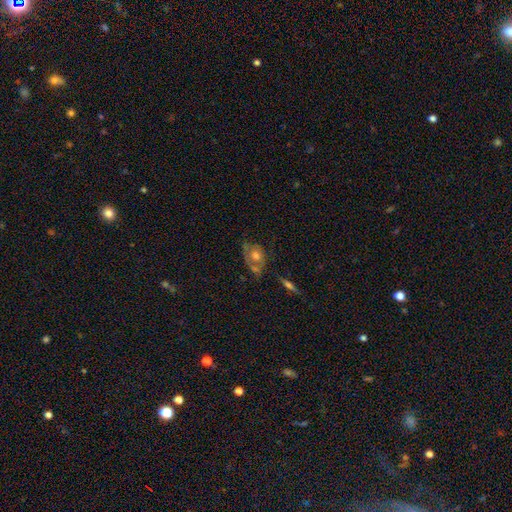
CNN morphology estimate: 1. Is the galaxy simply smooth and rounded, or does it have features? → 50% featured or disk, 40% smooth, 10% star or artifact.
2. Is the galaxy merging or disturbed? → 42% none, 24% minor disturbance, 18% merger, 17% major disturbance.